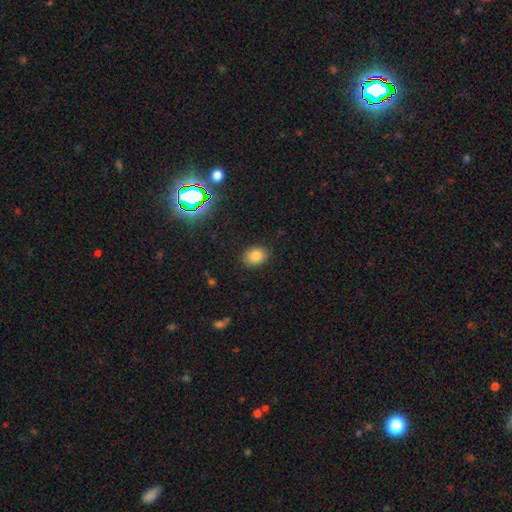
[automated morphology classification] smooth_or_featured: smooth (p=0.82) [alt: star or artifact p=0.12]
how_rounded: in between (p=0.64) [alt: round p=0.35]
merging: none (p=0.87) [alt: minor disturbance p=0.10]